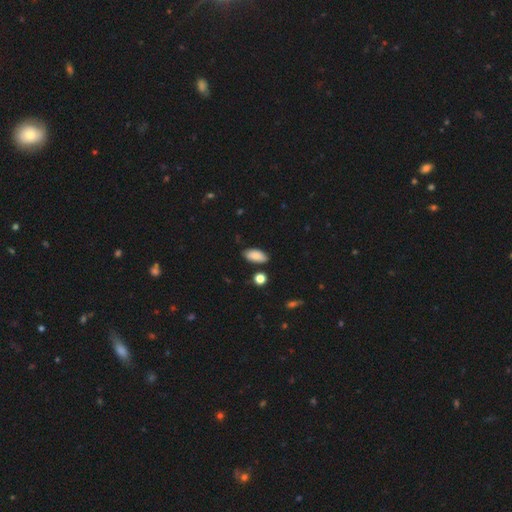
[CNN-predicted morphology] Overall: smooth (85%). How rounded: in between (90%). Merging: none (81%).